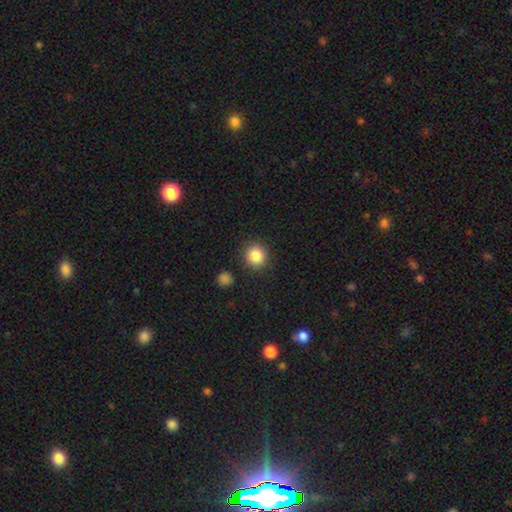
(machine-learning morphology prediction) type=smooth (86%); roundness=round (89%); merging=none (88%).